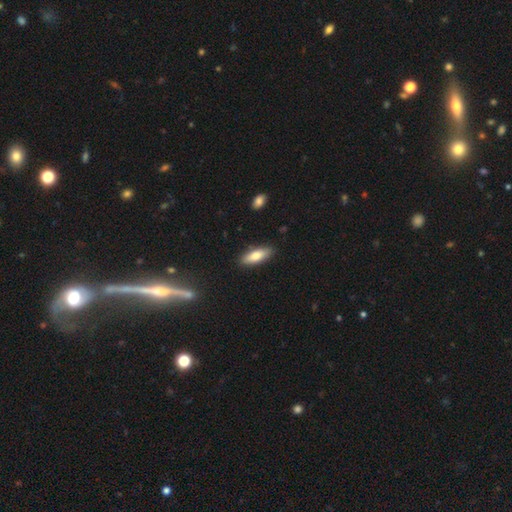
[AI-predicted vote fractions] Smooth or featured? smooth (77%)
How rounded? in between (62%)
Merging? none (87%)